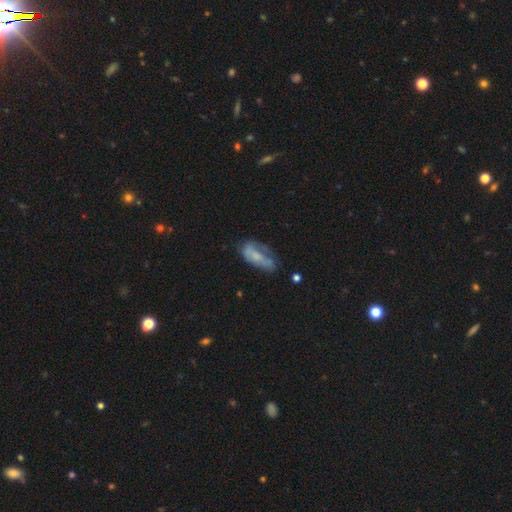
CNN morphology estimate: Q: Smooth or featured?
A: smooth (49%); runner-up: featured or disk (42%)
Q: Merging?
A: none (42%); runner-up: minor disturbance (32%)